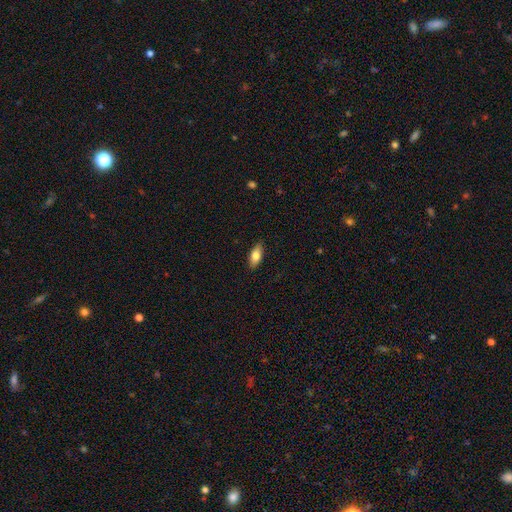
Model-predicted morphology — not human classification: Smooth or featured? Predicted: smooth (p=0.79). How rounded? Predicted: in between (p=0.85). Merging? Predicted: none (p=0.88).